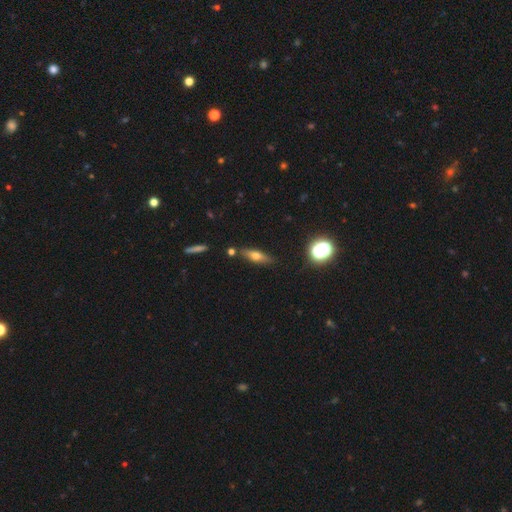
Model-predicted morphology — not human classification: A smooth galaxy with no disk features (54%) that is cigar-shaped (50%).

Vote fractions:
- Smooth or featured? smooth: 54% / featured or disk: 34% / star or artifact: 12%
- How rounded? cigar-shaped: 50% / in between: 44% / round: 6%
- Merging? none: 81% / minor disturbance: 12% / merger: 5% / major disturbance: 3%